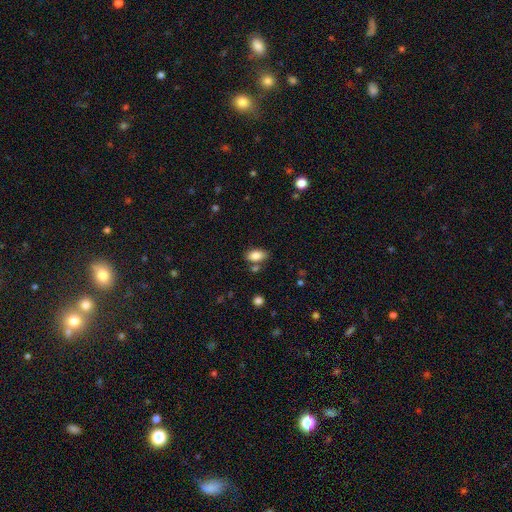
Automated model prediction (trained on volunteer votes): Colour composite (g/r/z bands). It shows a smooth galaxy with no disk features (85%) that is in between round and cigar-shaped (92%). Merging: none (71%).